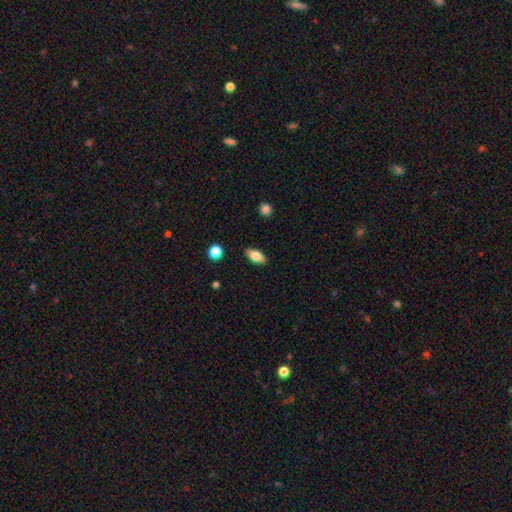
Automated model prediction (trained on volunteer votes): Morphology: type=smooth (76%); roundness=in between (87%); merging=none (87%).